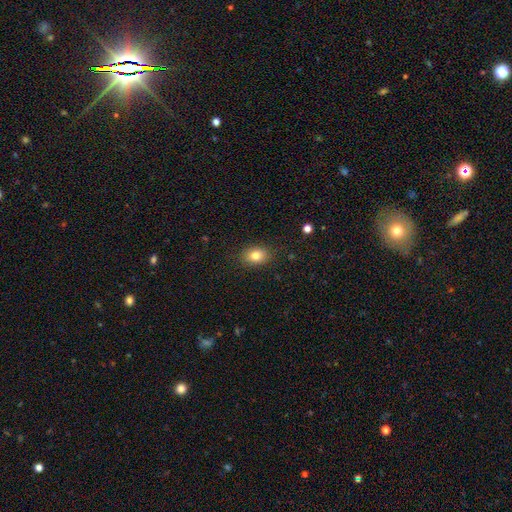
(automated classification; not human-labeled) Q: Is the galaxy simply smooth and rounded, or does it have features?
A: smooth — 81%.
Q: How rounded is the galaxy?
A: in between — 67%.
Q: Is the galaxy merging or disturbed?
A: none — 87%.